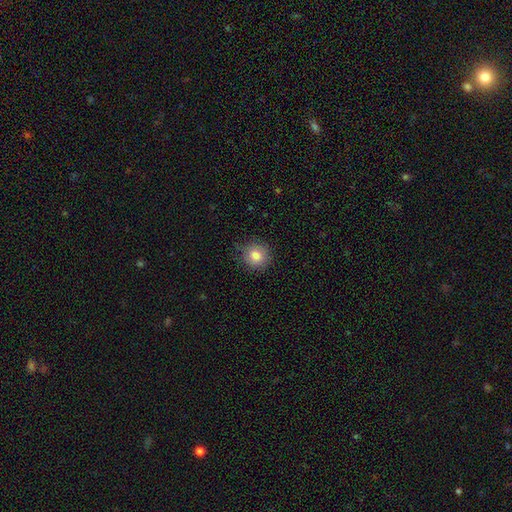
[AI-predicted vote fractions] smooth-or-featured: smooth: 82% | star or artifact: 10% | featured or disk: 8%
  how-rounded: round: 92% | in between: 7% | cigar-shaped: 1%
  merging: none: 83% | minor disturbance: 13% | major disturbance: 3% | merger: 1%